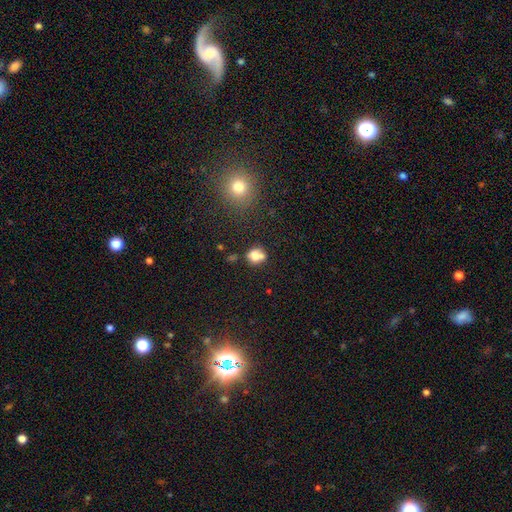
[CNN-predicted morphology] Q: Smooth or featured?
A: smooth (71%); runner-up: featured or disk (17%)
Q: How rounded?
A: round (67%); runner-up: in between (32%)
Q: Merging?
A: none (41%); runner-up: merger (39%)